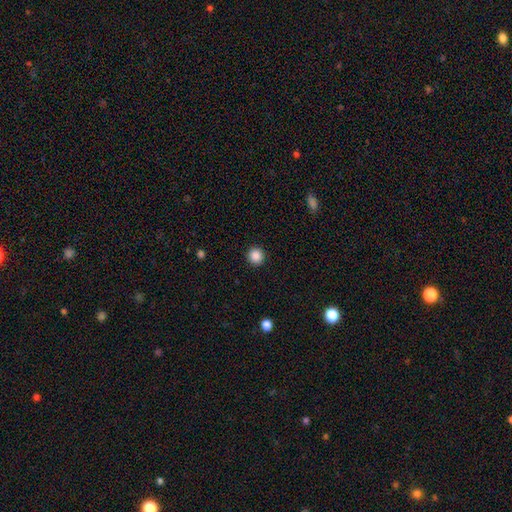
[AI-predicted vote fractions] Q: Smooth or featured?
A: smooth (88%); runner-up: star or artifact (10%)
Q: How rounded?
A: round (93%); runner-up: in between (6%)
Q: Merging?
A: none (92%); runner-up: minor disturbance (5%)